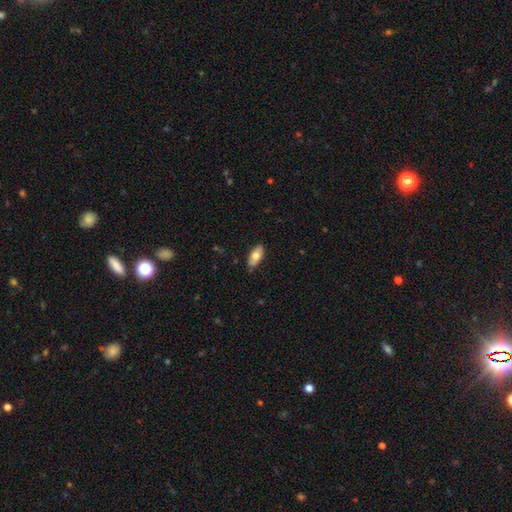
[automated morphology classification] Smooth or featured: smooth — 75% (featured or disk — 19%)
How rounded: in between — 89% (cigar-shaped — 8%)
Merging: none — 85% (minor disturbance — 12%)